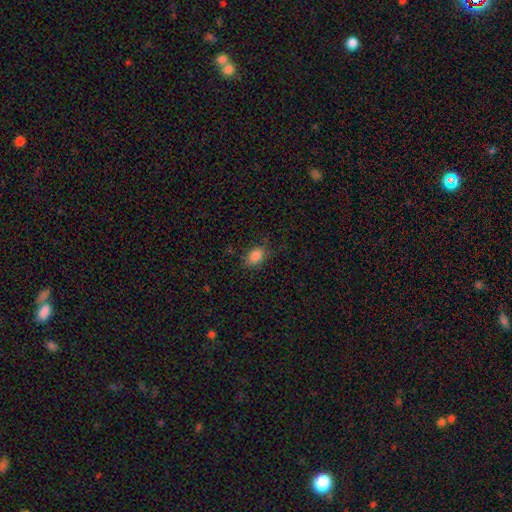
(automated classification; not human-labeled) This appears to be a smooth galaxy with no disk features (85%) that is in between round and cigar-shaped (82%). Merging: none (74%).